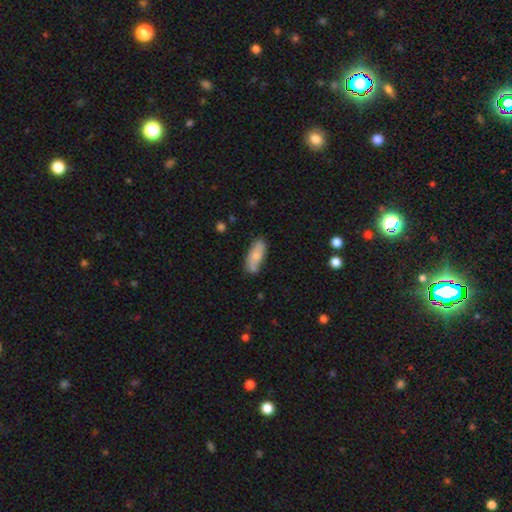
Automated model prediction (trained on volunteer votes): This appears to be a smooth galaxy with no disk features (70%) that is in between round and cigar-shaped (78%). Merging: none (70%).